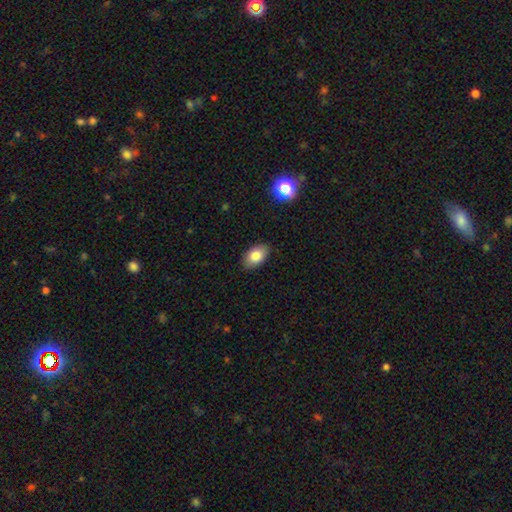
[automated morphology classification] smooth_or_featured: smooth (p=0.81) [alt: featured or disk p=0.10]
how_rounded: in between (p=0.90) [alt: round p=0.08]
merging: none (p=0.87) [alt: minor disturbance p=0.10]